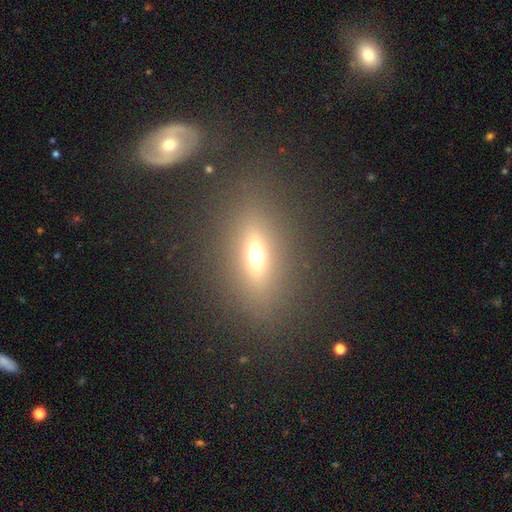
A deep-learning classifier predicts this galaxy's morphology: smooth_or_featured: smooth (p=0.52) [alt: featured or disk p=0.30]
how_rounded: in between (p=0.63) [alt: cigar-shaped p=0.24]
merging: none (p=0.85) [alt: minor disturbance p=0.08]